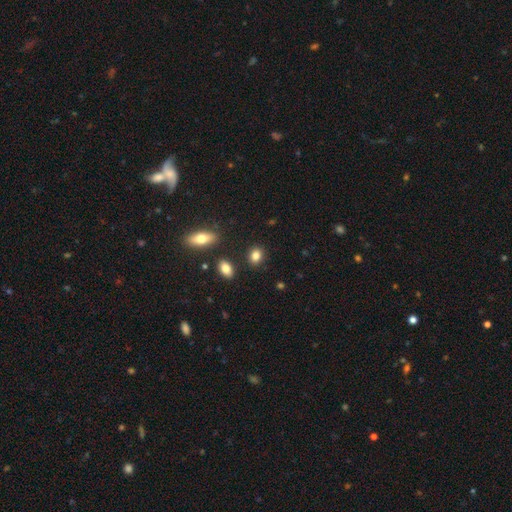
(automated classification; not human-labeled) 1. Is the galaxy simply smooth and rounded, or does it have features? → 84% smooth, 9% star or artifact, 6% featured or disk.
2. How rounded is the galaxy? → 56% in between, 42% round, 2% cigar-shaped.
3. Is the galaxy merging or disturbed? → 85% none, 9% minor disturbance, 4% merger, 2% major disturbance.